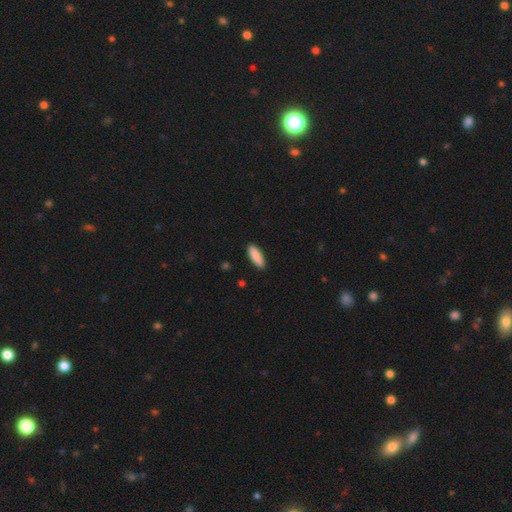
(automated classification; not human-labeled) The model was most divided on "how rounded": in between: 65%, cigar-shaped: 34%, round: 2%. More confident: smooth or featured — smooth (90%); merging — none (90%).